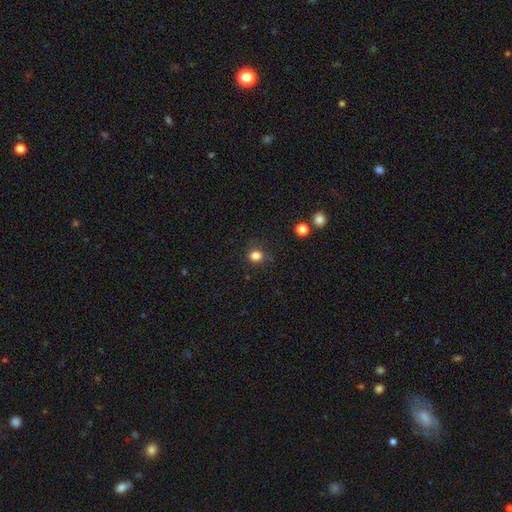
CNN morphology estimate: Q: Smooth or featured?
A: smooth (83%); runner-up: star or artifact (13%)
Q: How rounded?
A: round (70%); runner-up: in between (29%)
Q: Merging?
A: none (79%); runner-up: minor disturbance (15%)